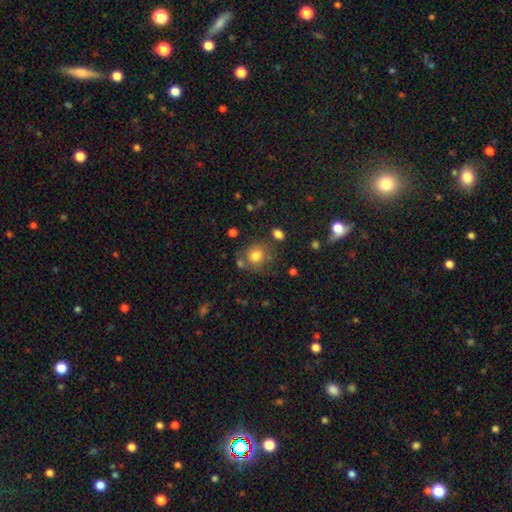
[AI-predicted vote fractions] smooth-or-featured: smooth: 78% | star or artifact: 11% | featured or disk: 10%
  how-rounded: round: 82% | in between: 17% | cigar-shaped: 1%
  merging: none: 69% | minor disturbance: 15% | merger: 10% | major disturbance: 6%